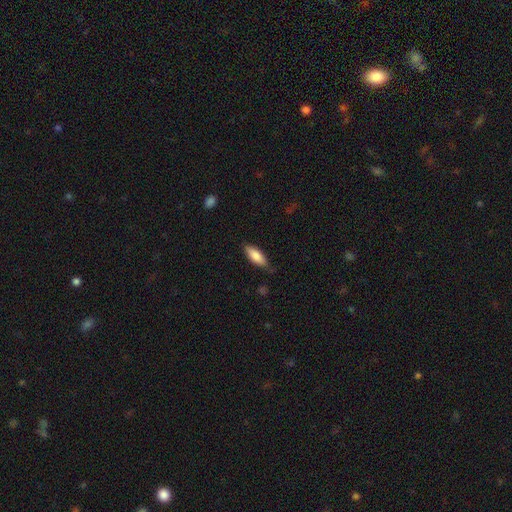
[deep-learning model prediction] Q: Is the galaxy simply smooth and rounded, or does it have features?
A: smooth — 82%.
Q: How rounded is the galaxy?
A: in between — 68%.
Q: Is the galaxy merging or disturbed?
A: none — 76%.